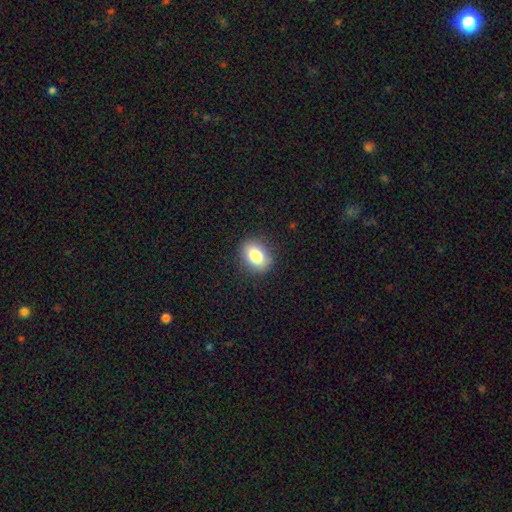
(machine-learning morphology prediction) Smooth or featured: smooth — 82% (featured or disk — 9%)
How rounded: in between — 68% (round — 31%)
Merging: none — 87% (minor disturbance — 10%)